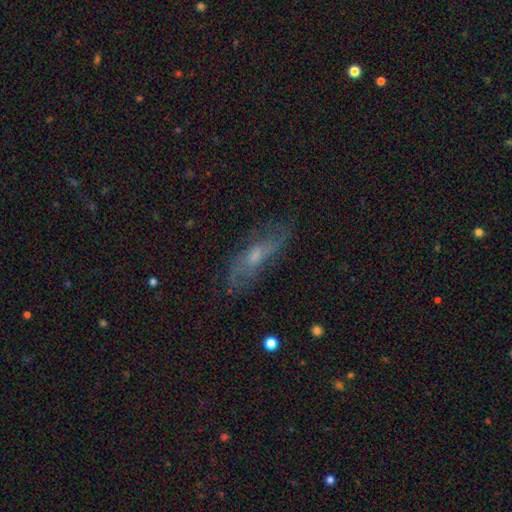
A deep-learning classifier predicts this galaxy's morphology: smooth_or_featured: featured or disk (p=0.56) [alt: smooth p=0.34]
disk_edge_on: no (p=0.73) [alt: yes p=0.27]
merging: none (p=0.63) [alt: minor disturbance p=0.22]